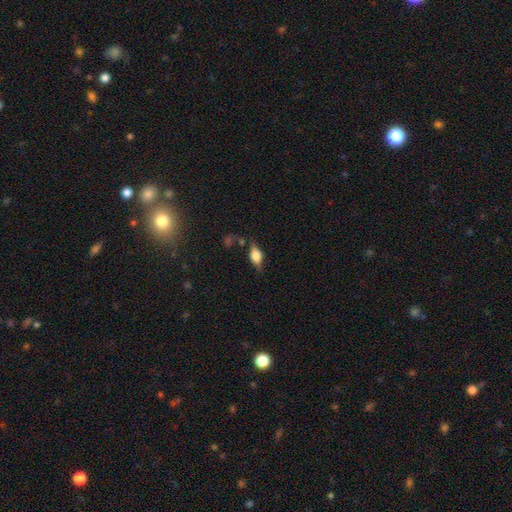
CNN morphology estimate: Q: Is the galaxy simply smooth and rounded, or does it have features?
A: smooth — 54%.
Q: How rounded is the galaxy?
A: in between — 78%.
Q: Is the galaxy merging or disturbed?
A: none — 65%.